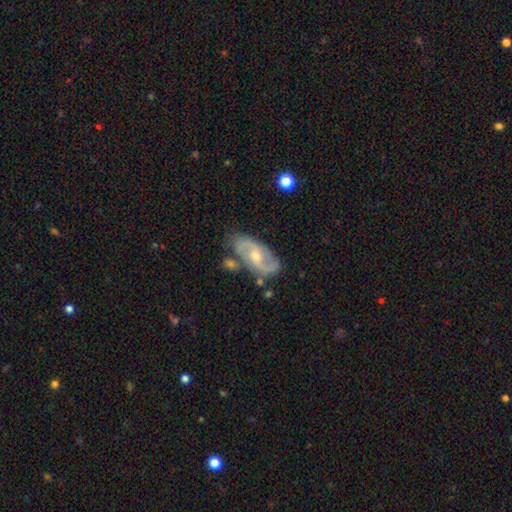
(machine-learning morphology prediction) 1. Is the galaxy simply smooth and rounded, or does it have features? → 80% featured or disk, 14% smooth, 6% star or artifact.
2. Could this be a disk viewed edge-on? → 94% no, 6% yes.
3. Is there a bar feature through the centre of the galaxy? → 47% no, 40% weak, 13% strong.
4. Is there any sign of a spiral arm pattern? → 90% yes, 10% no.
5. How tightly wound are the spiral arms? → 47% medium, 27% loose, 26% tight.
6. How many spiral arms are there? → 86% 2, 8% can't tell, 2% 3, 2% 1, 1% 4, 1% more than 4.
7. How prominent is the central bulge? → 56% moderate, 40% small, 2% large, 1% none, 1% dominant.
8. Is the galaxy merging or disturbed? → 69% none, 18% minor disturbance, 8% merger, 5% major disturbance.